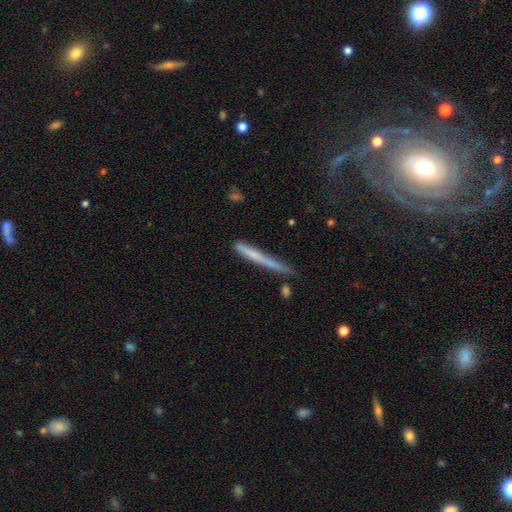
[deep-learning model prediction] smooth_or_featured: smooth (p=0.53) [alt: featured or disk p=0.39]
how_rounded: cigar-shaped (p=0.96) [alt: in between p=0.02]
merging: none (p=0.69) [alt: minor disturbance p=0.21]